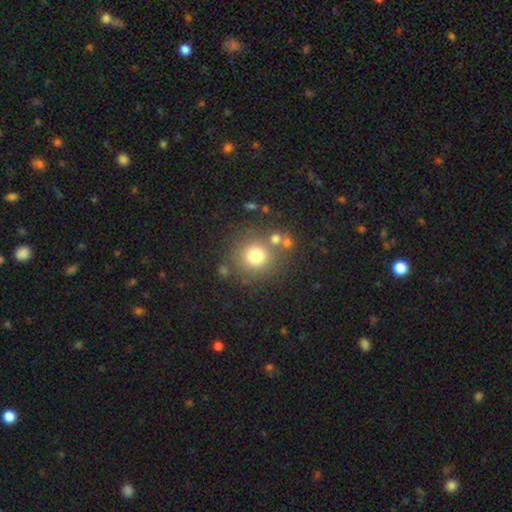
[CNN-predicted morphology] smooth-or-featured: smooth: 75% | star or artifact: 14% | featured or disk: 11%
  how-rounded: round: 93% | in between: 6% | cigar-shaped: 1%
  merging: none: 75% | merger: 10% | minor disturbance: 9% | major disturbance: 5%